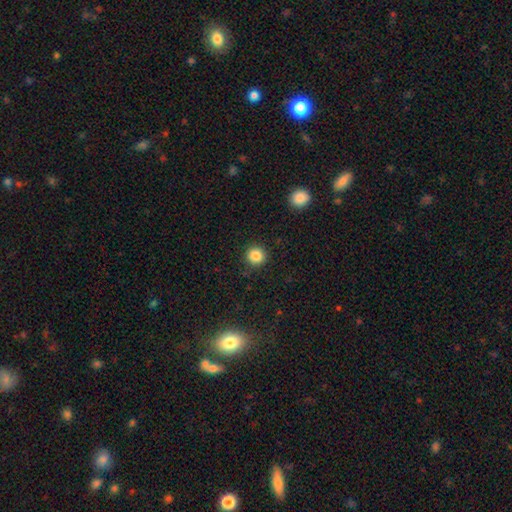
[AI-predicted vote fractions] Smooth or featured?
  - smooth: 84% *
  - star or artifact: 11%
  - featured or disk: 4%
How rounded?
  - round: 93% *
  - in between: 6%
  - cigar-shaped: 1%
Merging?
  - none: 90% *
  - minor disturbance: 7%
  - major disturbance: 2%
  - merger: 1%